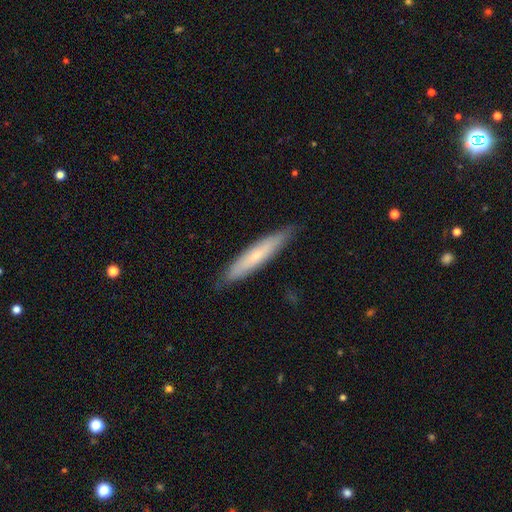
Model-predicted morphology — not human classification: Smooth or featured?
  - smooth: 57% *
  - featured or disk: 37%
  - star or artifact: 6%
How rounded?
  - cigar-shaped: 89% *
  - in between: 10%
  - round: 1%
Merging?
  - none: 86% *
  - minor disturbance: 11%
  - major disturbance: 2%
  - merger: 1%